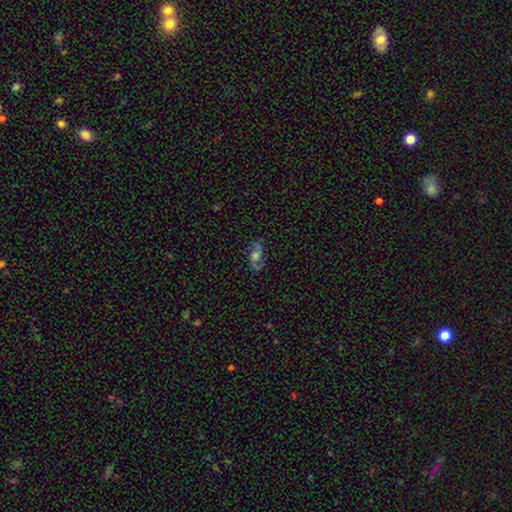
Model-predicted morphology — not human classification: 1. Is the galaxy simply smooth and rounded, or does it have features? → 63% featured or disk, 26% smooth, 11% star or artifact.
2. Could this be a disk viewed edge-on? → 91% no, 9% yes.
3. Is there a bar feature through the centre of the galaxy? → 61% no, 31% weak, 8% strong.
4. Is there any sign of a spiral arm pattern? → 89% yes, 11% no.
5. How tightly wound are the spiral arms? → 49% loose, 37% medium, 13% tight.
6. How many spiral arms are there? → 89% 2, 5% can't tell, 3% 1, 1% 3, 1% 4, 1% more than 4.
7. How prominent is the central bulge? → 52% moderate, 25% large, 15% small, 5% none, 3% dominant.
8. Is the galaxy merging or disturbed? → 77% none, 15% minor disturbance, 6% major disturbance, 1% merger.